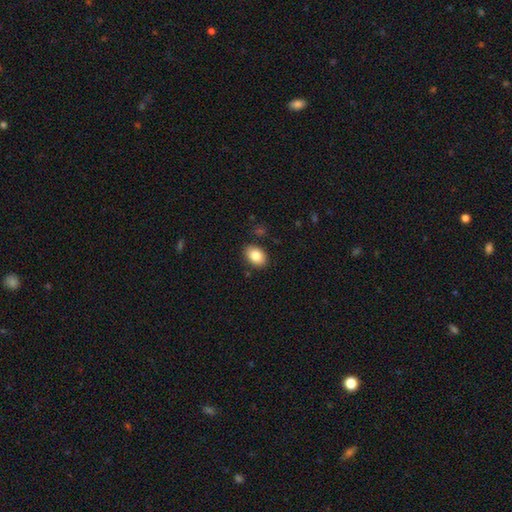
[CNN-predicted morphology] The model was most divided on "how rounded": in between: 84%, round: 15%, cigar-shaped: 1%. More confident: merging — none (87%); smooth or featured — smooth (84%).